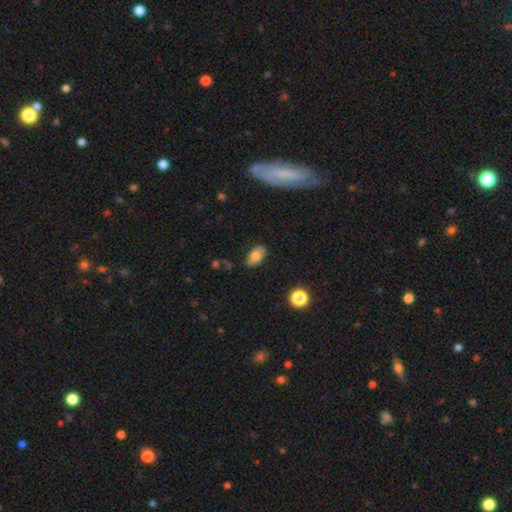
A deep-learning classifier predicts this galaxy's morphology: A smooth galaxy with no disk features (62%) that is in between round and cigar-shaped (90%). Merging: none (80%).